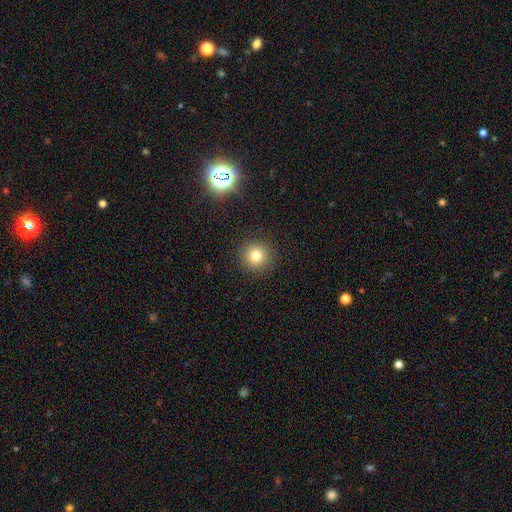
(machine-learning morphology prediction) This appears to be a smooth galaxy with no disk features (79%) that is round (94%). Merging: none (91%).